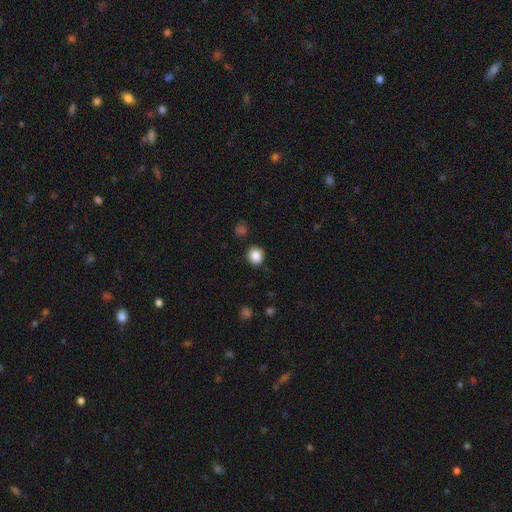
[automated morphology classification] smooth_or_featured: smooth (p=0.87) [alt: star or artifact p=0.10]
how_rounded: round (p=0.82) [alt: in between p=0.17]
merging: none (p=0.88) [alt: minor disturbance p=0.08]